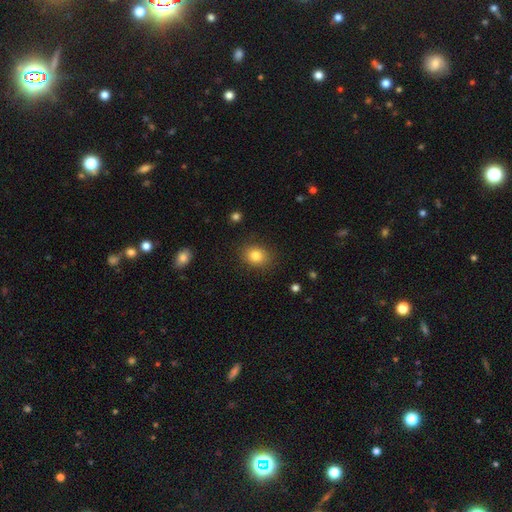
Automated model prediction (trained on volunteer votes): Smooth or featured? Predicted: smooth (p=0.82). How rounded? Predicted: round (p=0.56). Merging? Predicted: none (p=0.86).